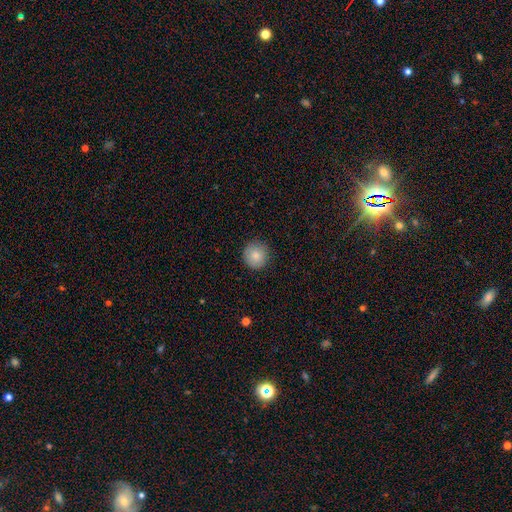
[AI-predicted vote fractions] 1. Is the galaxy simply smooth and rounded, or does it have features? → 84% smooth, 8% star or artifact, 8% featured or disk.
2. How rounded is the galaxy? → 92% round, 7% in between, 1% cigar-shaped.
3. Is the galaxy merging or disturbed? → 88% none, 9% minor disturbance, 2% major disturbance, 1% merger.